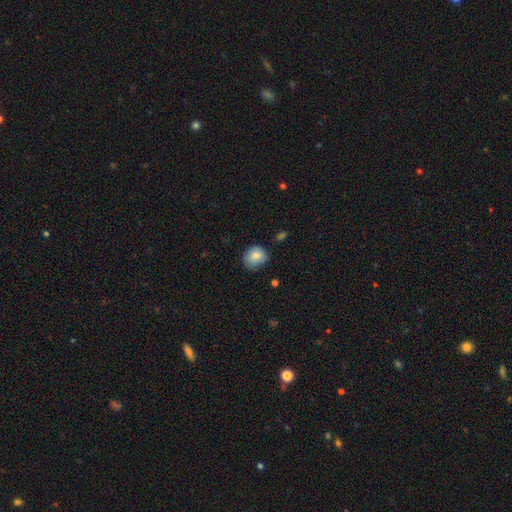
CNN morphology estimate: Smooth or featured: smooth — 81% (featured or disk — 11%)
How rounded: round — 74% (in between — 25%)
Merging: none — 71% (minor disturbance — 24%)